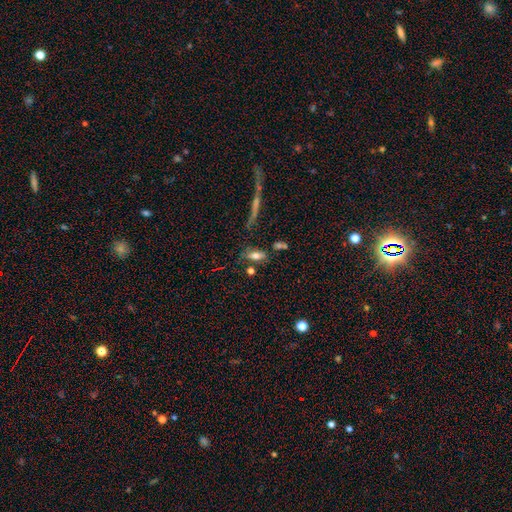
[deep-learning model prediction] Smooth or featured: smooth — 68% (featured or disk — 21%)
How rounded: in between — 75% (cigar-shaped — 20%)
Merging: none — 64% (minor disturbance — 18%)